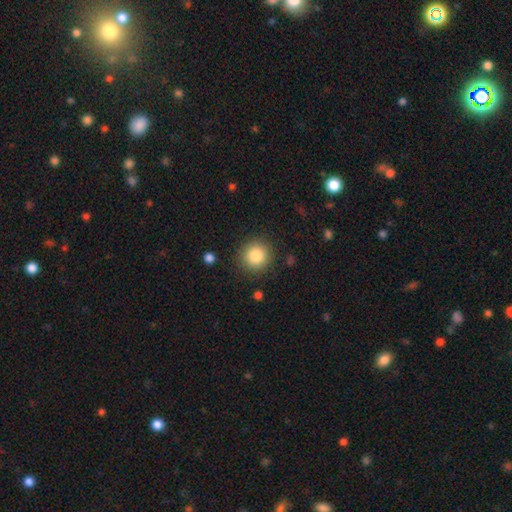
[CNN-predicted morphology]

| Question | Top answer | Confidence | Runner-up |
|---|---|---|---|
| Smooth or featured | smooth | 85% | star or artifact (9%) |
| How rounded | round | 93% | in between (6%) |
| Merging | none | 88% | minor disturbance (8%) |